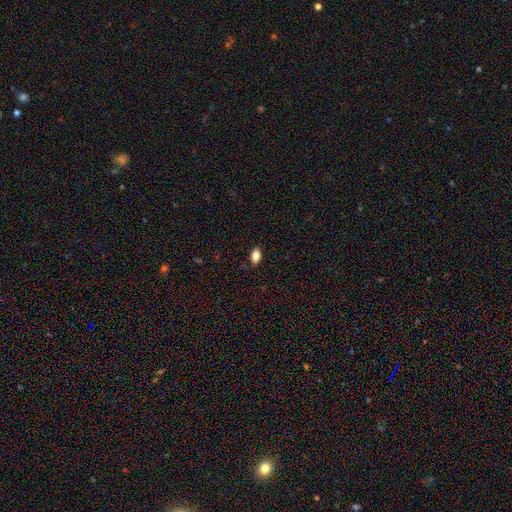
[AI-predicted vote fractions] The model was most divided on "merging": none: 85%, minor disturbance: 11%, major disturbance: 2%, merger: 1%. More confident: how rounded — in between (90%); smooth or featured — smooth (83%).